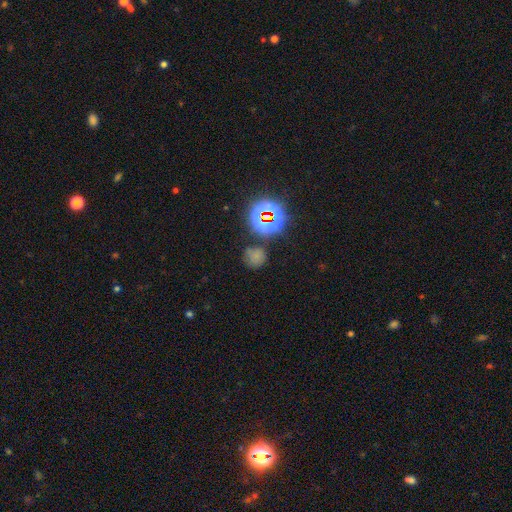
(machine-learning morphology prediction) Smooth or featured? smooth (59%)
How rounded? round (87%)
Merging? none (69%)